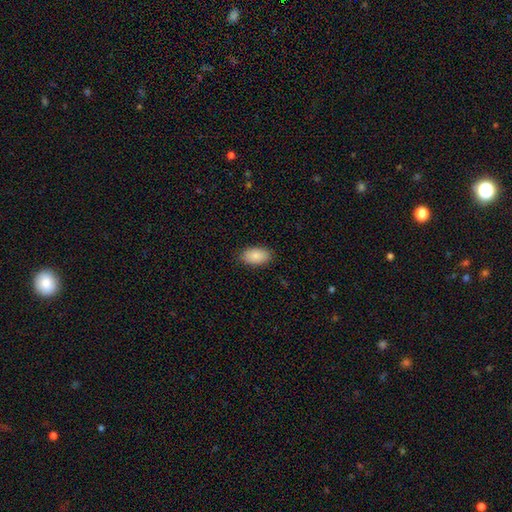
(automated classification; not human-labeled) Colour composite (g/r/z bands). It shows a smooth galaxy with no disk features (88%) that is in between round and cigar-shaped (94%). Merging: none (87%).